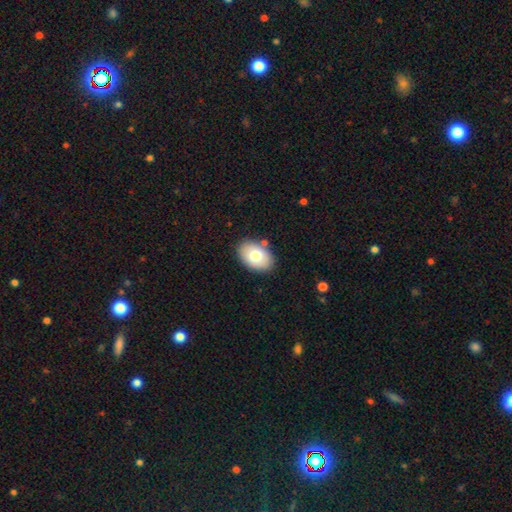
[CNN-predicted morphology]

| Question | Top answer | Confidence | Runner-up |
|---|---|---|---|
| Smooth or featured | smooth | 73% | featured or disk (20%) |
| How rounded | in between | 87% | round (12%) |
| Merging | none | 85% | minor disturbance (10%) |